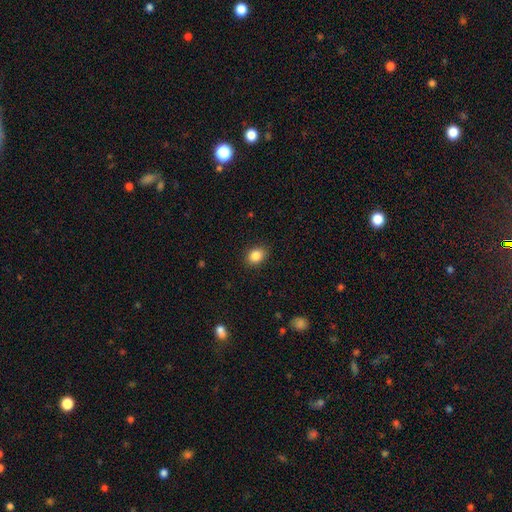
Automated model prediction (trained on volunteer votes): Smooth or featured? smooth (85%)
How rounded? in between (52%)
Merging? none (88%)